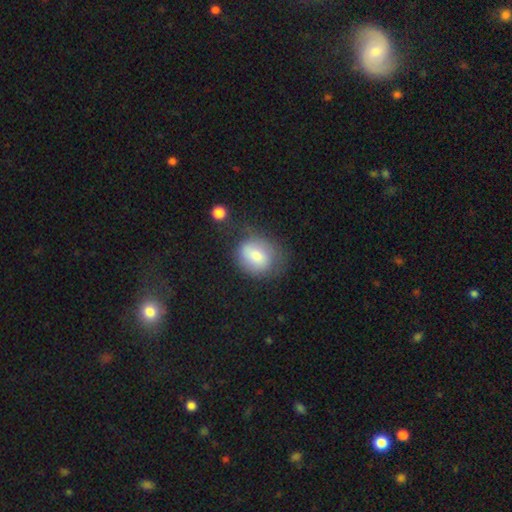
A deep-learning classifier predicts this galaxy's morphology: smooth-or-featured: smooth: 73% | featured or disk: 19% | star or artifact: 8%
  how-rounded: round: 53% | in between: 45% | cigar-shaped: 1%
  merging: none: 52% | minor disturbance: 28% | major disturbance: 15% | merger: 5%